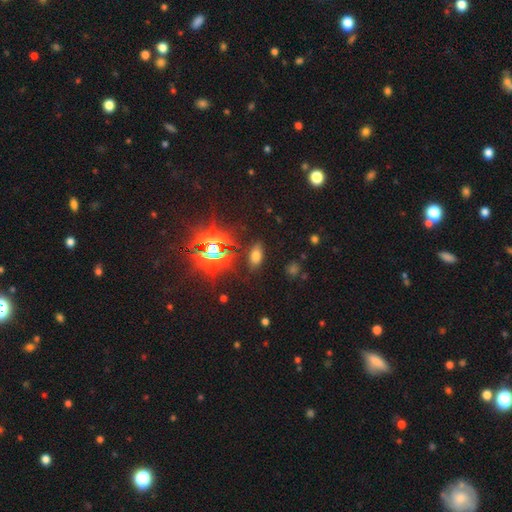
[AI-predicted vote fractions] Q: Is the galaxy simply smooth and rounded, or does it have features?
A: smooth — 61%.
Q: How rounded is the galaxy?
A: in between — 85%.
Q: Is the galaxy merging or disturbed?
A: none — 84%.